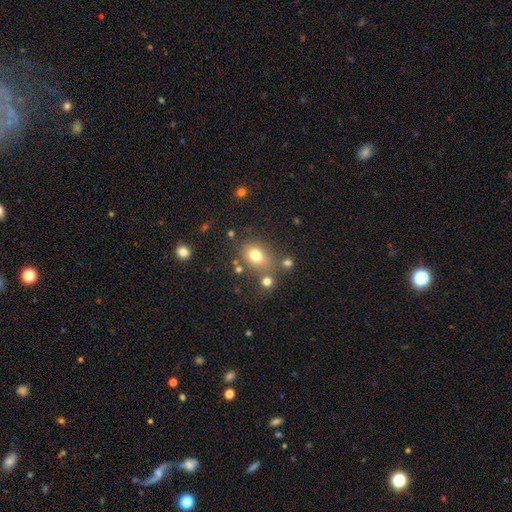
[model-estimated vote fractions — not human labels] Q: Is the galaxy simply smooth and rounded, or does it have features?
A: smooth — 75%.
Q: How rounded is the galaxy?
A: in between — 54%.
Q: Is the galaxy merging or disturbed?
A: none — 66%.